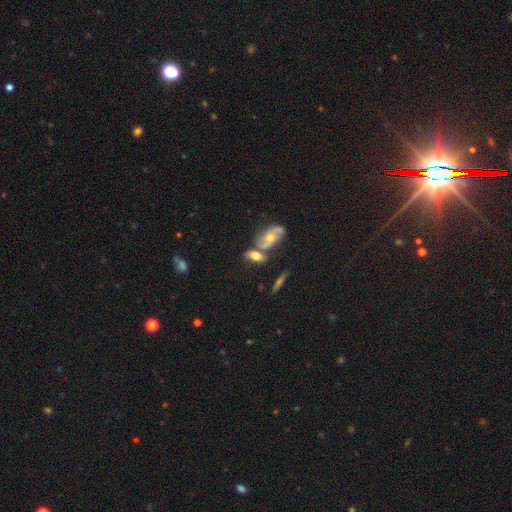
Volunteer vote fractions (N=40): This is likely a smooth galaxy (70%). How rounded: clearly in between (93%). Merging: marginally merger (45%).